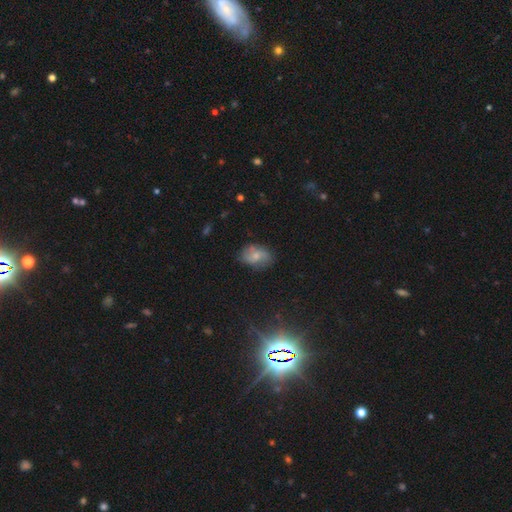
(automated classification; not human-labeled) This appears to be a smooth galaxy with no disk features (65%) that is in between round and cigar-shaped (83%). Merging: none (69%).